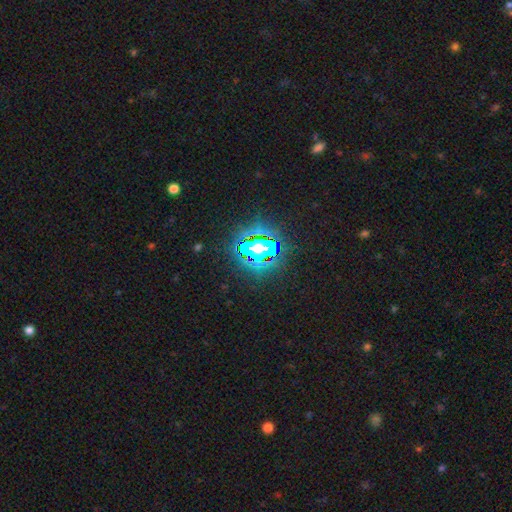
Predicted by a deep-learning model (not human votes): Smooth or featured? star or artifact (62%)